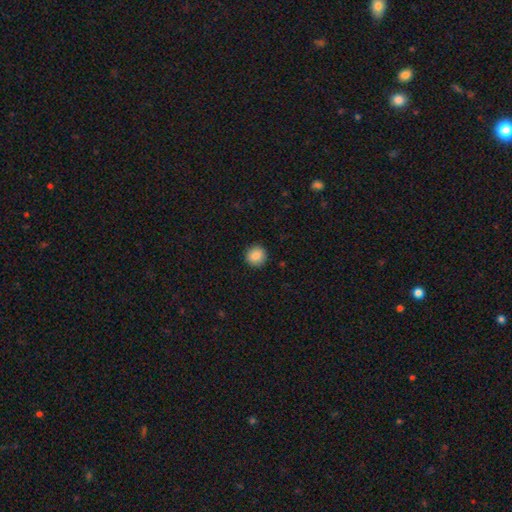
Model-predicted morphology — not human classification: type=smooth (88%); roundness=round (93%); merging=none (92%).